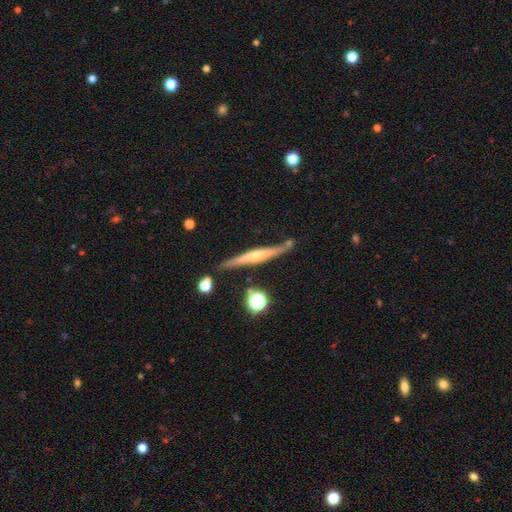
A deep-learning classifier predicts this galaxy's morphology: type=featured or disk (70%); edge-on=yes (96%); edge-on bulge=rounded (76%); merging=none (79%).